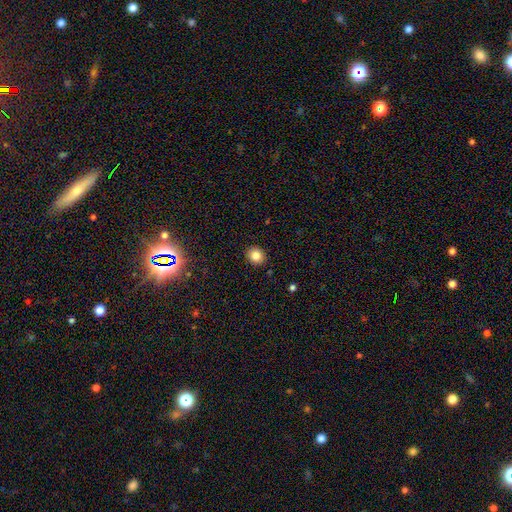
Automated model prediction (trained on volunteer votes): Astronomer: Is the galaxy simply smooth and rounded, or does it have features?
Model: smooth — 82%.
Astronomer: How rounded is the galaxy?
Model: round — 68%.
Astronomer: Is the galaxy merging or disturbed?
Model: none — 90%.